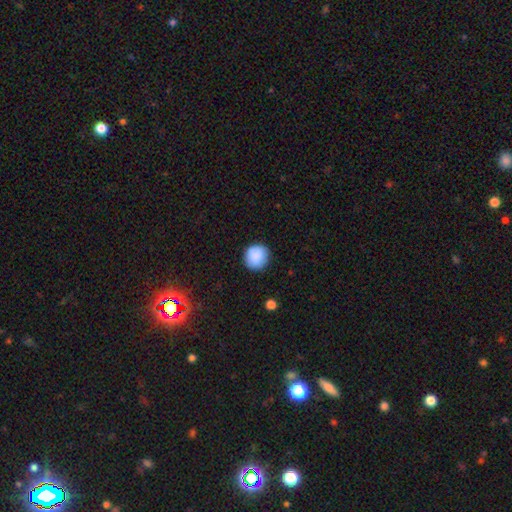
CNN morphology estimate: Overall: smooth (88%). How rounded: round (89%). Merging: none (87%).